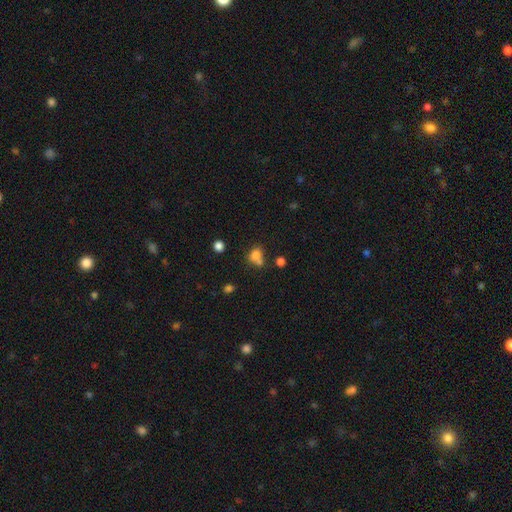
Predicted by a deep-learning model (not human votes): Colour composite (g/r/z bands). It shows a smooth galaxy with no disk features (74%) that is in between round and cigar-shaped (53%). Merging: merger (44%).